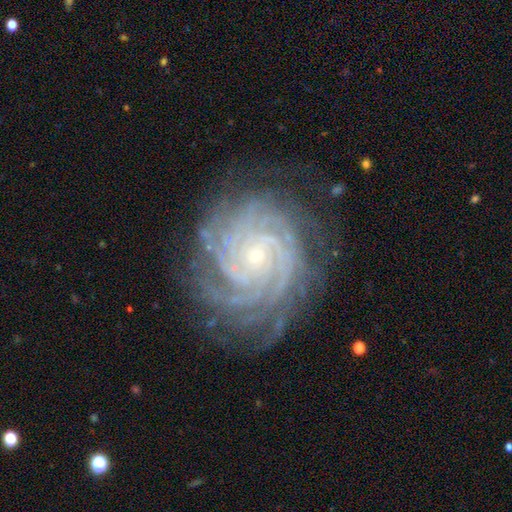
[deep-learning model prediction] Morphology: type=featured or disk (91%); edge-on=no (98%); bar=no (75%); spiral arms=yes (99%); winding=tight (85%); arm count=more than 4 (34%); bulge=small (85%); merging=none (80%).